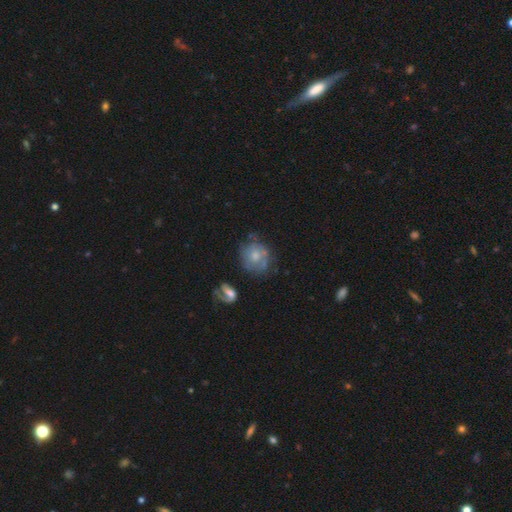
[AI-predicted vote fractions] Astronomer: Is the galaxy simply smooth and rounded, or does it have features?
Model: smooth — 48% (runner-up: featured or disk, 44%).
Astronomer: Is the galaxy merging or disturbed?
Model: none — 55%.